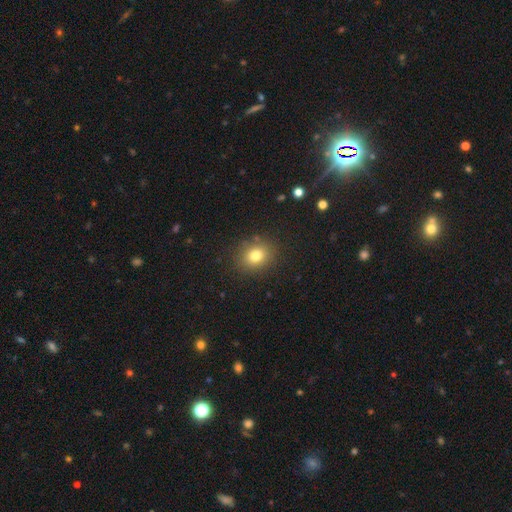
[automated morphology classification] Smooth or featured?
  - smooth: 78% *
  - star or artifact: 13%
  - featured or disk: 9%
How rounded?
  - round: 63% *
  - in between: 36%
  - cigar-shaped: 1%
Merging?
  - none: 87% *
  - minor disturbance: 9%
  - major disturbance: 3%
  - merger: 2%